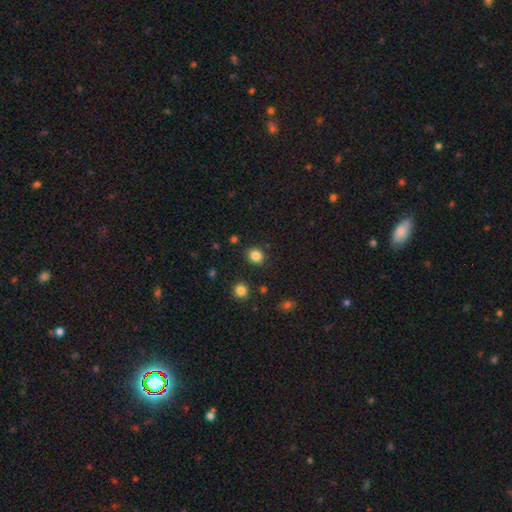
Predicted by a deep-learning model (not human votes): This appears to be a smooth galaxy with no disk features (85%) that is round (72%). Merging: none (88%).